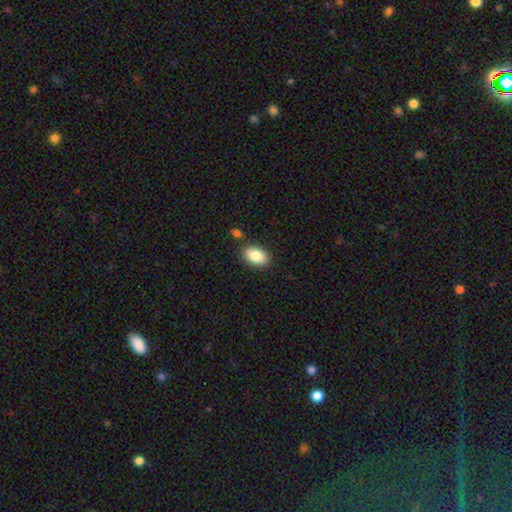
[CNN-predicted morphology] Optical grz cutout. It shows a smooth galaxy with no disk features (85%) that is in between round and cigar-shaped (91%). Merging: none (82%).